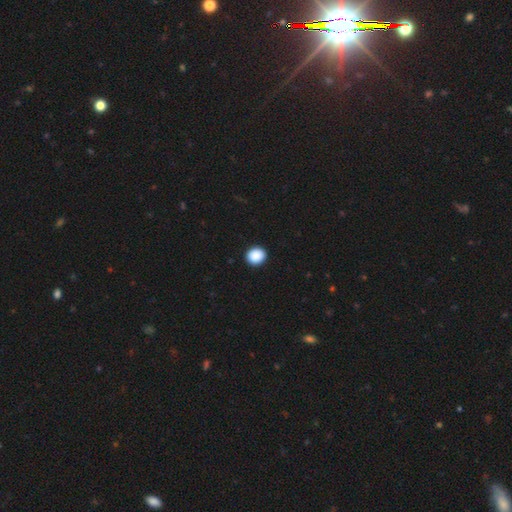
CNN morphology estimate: This is clearly a smooth galaxy (90%). How rounded: likely round (74%). Merging: clearly none (93%).